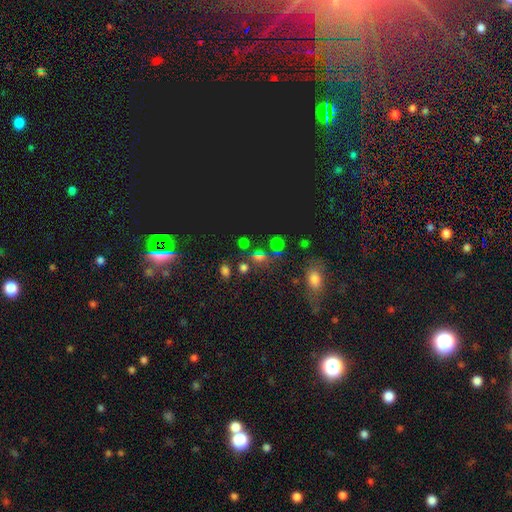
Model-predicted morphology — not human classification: Q: Smooth or featured?
A: star or artifact (49%); runner-up: smooth (40%)